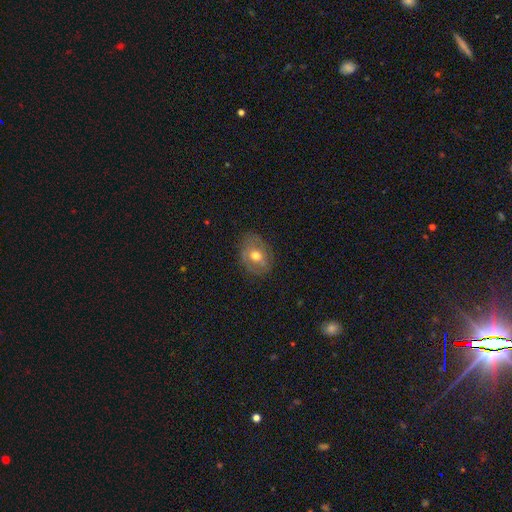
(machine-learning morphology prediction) Smooth or featured: featured or disk — 47% (smooth — 45%)
Merging: none — 74% (minor disturbance — 18%)